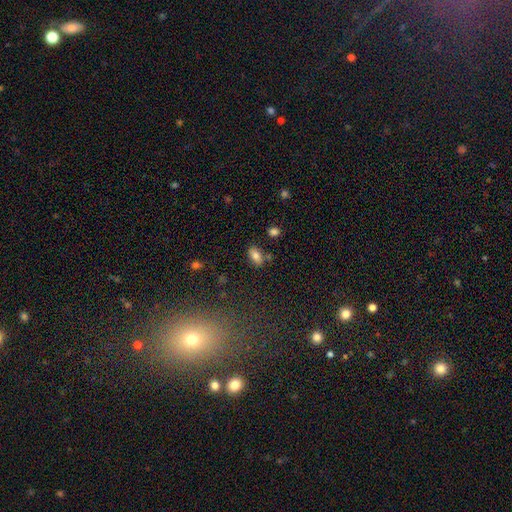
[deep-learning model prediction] This is likely a smooth galaxy (78%). How rounded: clearly in between (89%). Merging: likely none (77%).